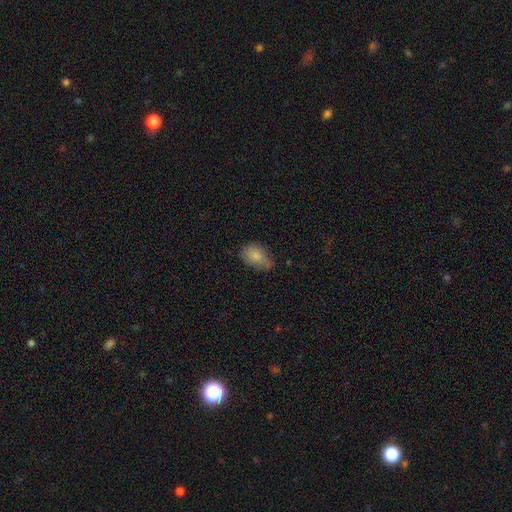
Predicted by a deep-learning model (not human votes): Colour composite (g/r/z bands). It shows a smooth galaxy with no disk features (81%) that is in between round and cigar-shaped (87%). Merging: none (52%).